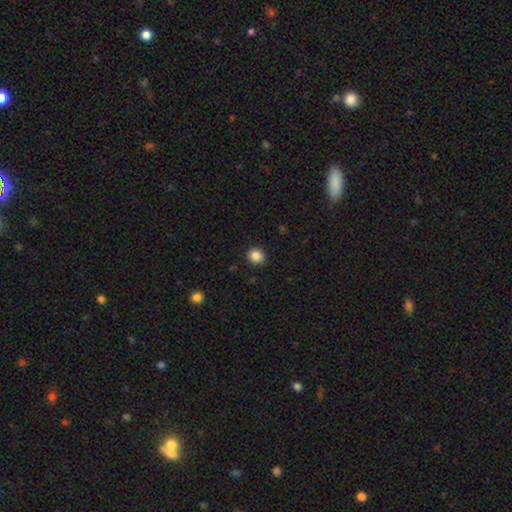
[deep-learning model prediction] smooth 87%, star or artifact 10%, featured or disk 3%. Down the decision tree: how rounded — round (86%); merging — none (91%).